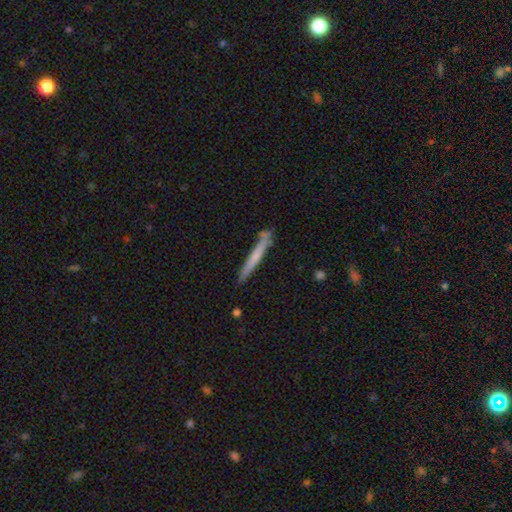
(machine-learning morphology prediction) A smooth galaxy with no disk features (58%) that is cigar-shaped (97%).

Vote fractions:
- Smooth or featured? smooth: 58% / featured or disk: 37% / star or artifact: 6%
- How rounded? cigar-shaped: 97% / in between: 2% / round: 1%
- Merging? none: 78% / minor disturbance: 15% / merger: 4% / major disturbance: 3%